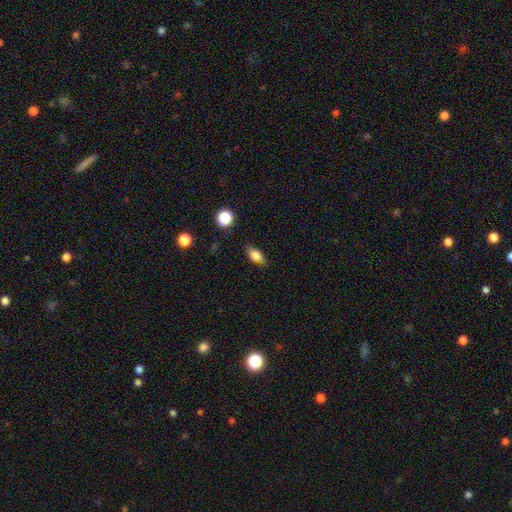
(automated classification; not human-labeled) The model was most divided on "smooth or featured": smooth: 77%, featured or disk: 13%, star or artifact: 10%. More confident: merging — none (81%); how rounded — in between (79%).